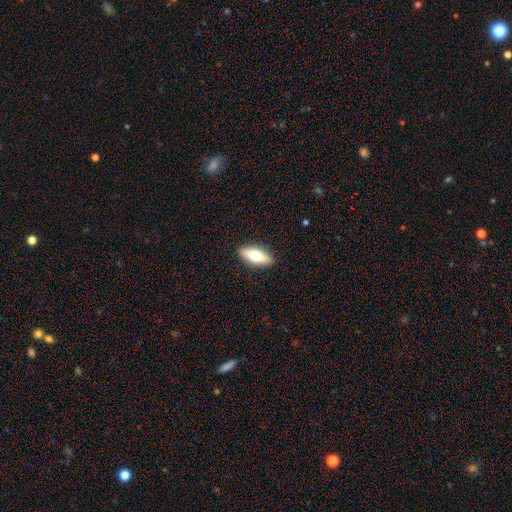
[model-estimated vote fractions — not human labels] Overall: smooth (62%; featured or disk 31%). How rounded: in between (71%). Merging: none (89%).